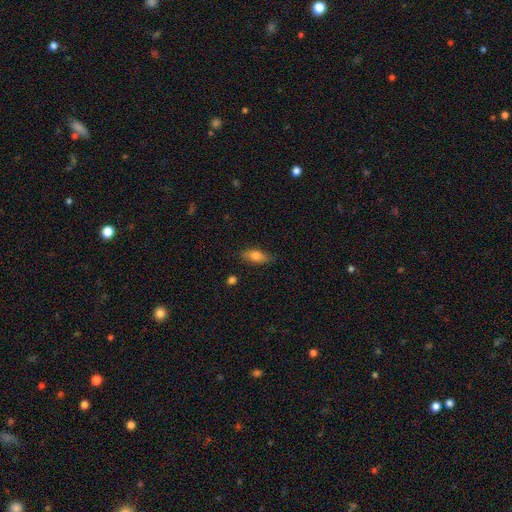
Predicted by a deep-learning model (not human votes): smooth-or-featured: smooth: 75% | featured or disk: 17% | star or artifact: 7%
  how-rounded: in between: 81% | cigar-shaped: 16% | round: 4%
  merging: none: 78% | minor disturbance: 17% | major disturbance: 3% | merger: 2%